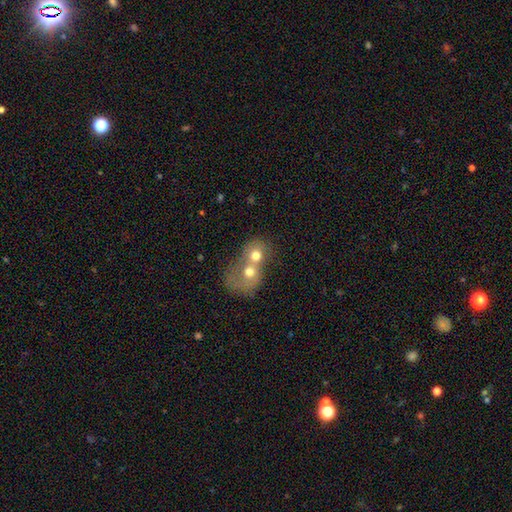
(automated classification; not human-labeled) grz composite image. It shows a smooth galaxy with no disk features (63%) that is round (66%). Merging: merger (79%).